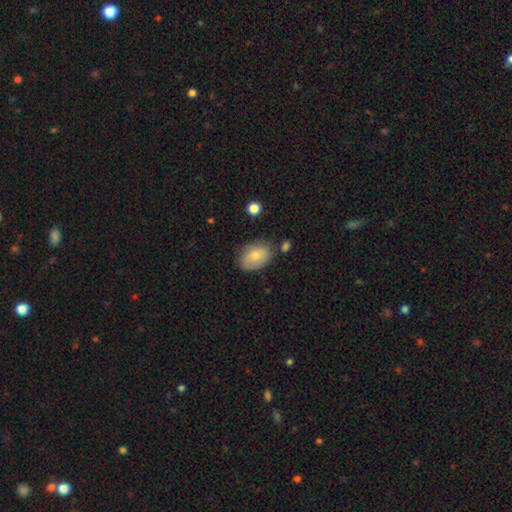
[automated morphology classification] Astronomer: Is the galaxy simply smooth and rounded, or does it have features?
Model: smooth — 75%.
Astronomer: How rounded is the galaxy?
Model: in between — 84%.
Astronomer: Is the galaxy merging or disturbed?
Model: none — 69%.